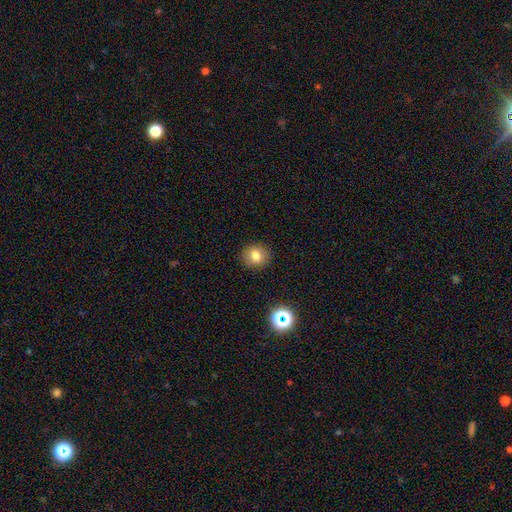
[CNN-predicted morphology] A smooth galaxy with no disk features (77%) that is round (79%). Merging: none (89%).